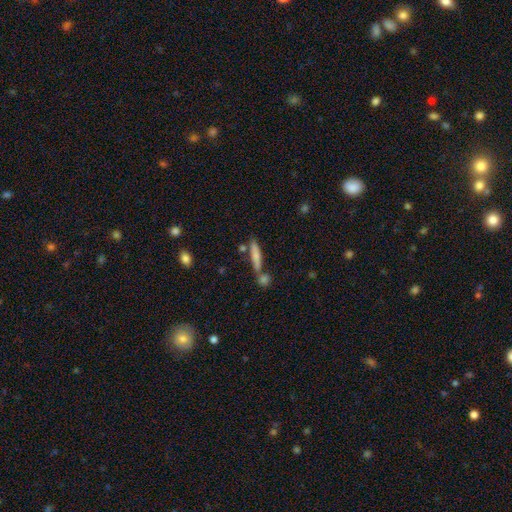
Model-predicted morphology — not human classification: This appears to be a smooth galaxy with no disk features (68%) that is cigar-shaped (87%). Merging: none (70%).